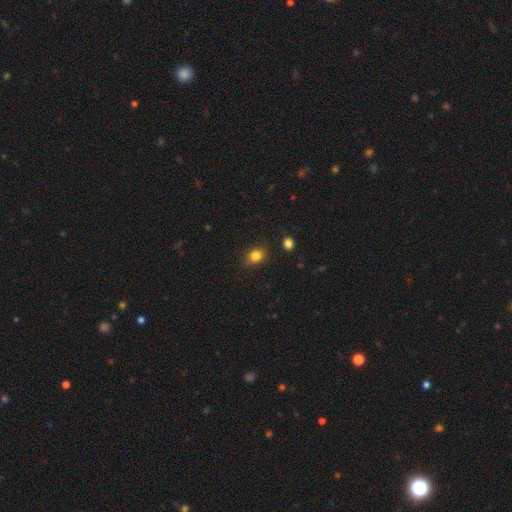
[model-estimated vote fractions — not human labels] smooth_or_featured: smooth (p=0.83) [alt: star or artifact p=0.11]
how_rounded: in between (p=0.56) [alt: round p=0.43]
merging: none (p=0.84) [alt: minor disturbance p=0.12]